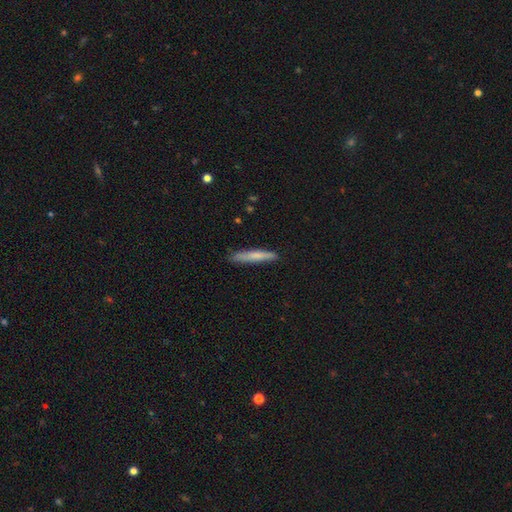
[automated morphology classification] Smooth or featured?
  - smooth: 71% *
  - featured or disk: 23%
  - star or artifact: 6%
How rounded?
  - cigar-shaped: 94% *
  - in between: 5%
  - round: 1%
Merging?
  - none: 85% *
  - minor disturbance: 12%
  - major disturbance: 2%
  - merger: 1%